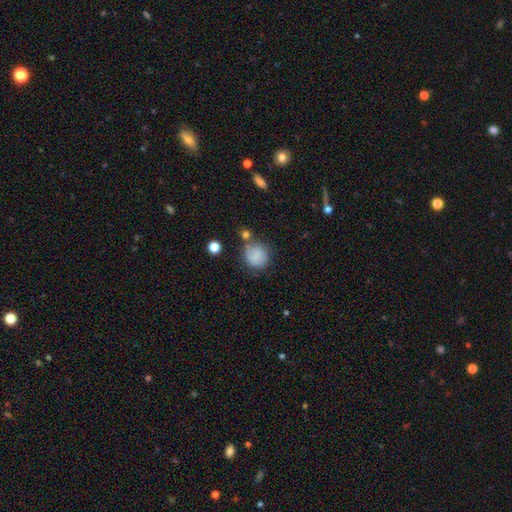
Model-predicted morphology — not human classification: The model was most divided on "merging": none: 66%, minor disturbance: 17%, merger: 11%, major disturbance: 6%. More confident: how rounded — round (85%); smooth or featured — smooth (84%).